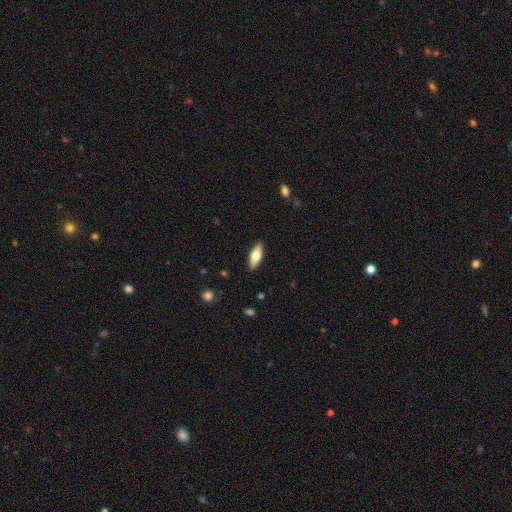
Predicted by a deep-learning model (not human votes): Smooth or featured? smooth (68%)
How rounded? in between (70%)
Merging? none (89%)